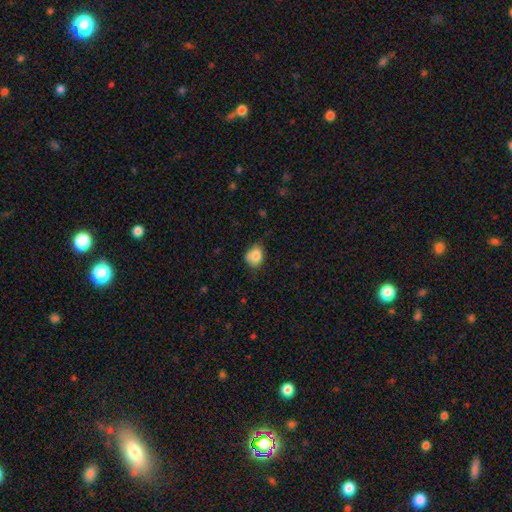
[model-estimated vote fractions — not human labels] The model was most divided on "how rounded": in between: 55%, round: 44%, cigar-shaped: 1%. More confident: smooth or featured — smooth (82%); merging — none (53%).